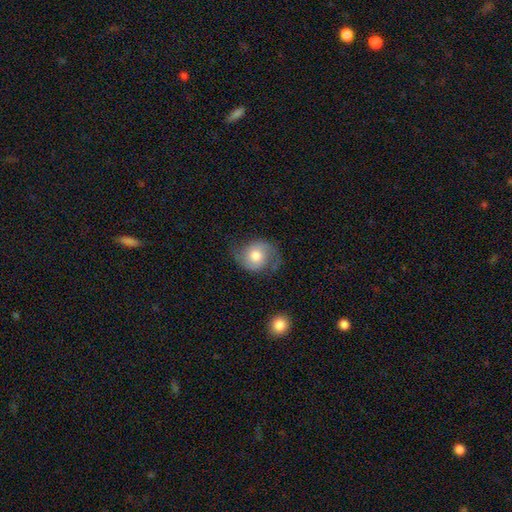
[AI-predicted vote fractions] Smooth or featured: featured or disk — 64% (smooth — 28%)
Edge-on disk: no — 98% (yes — 2%)
Bar: no — 70% (weak — 26%)
Spiral arms: yes — 92% (no — 8%)
Spiral winding: medium — 47% (loose — 33%)
Spiral arm count: 2 — 90% (can't tell — 4%)
Bulge size: moderate — 61% (large — 23%)
Merging: none — 66% (minor disturbance — 22%)